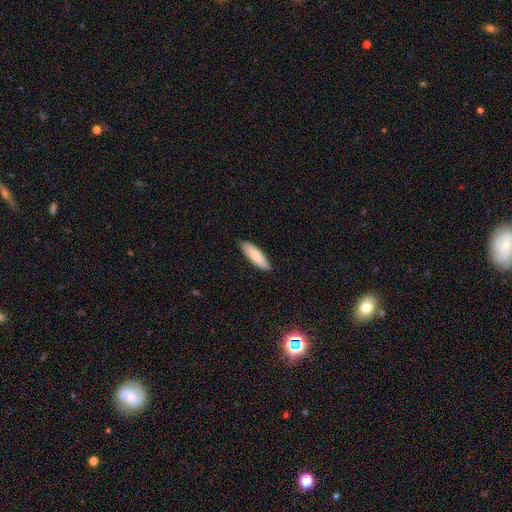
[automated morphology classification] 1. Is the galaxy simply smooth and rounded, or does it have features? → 87% smooth, 8% featured or disk, 5% star or artifact.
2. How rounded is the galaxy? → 53% cigar-shaped, 46% in between, 1% round.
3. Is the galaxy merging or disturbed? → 89% none, 9% minor disturbance, 2% major disturbance, 1% merger.